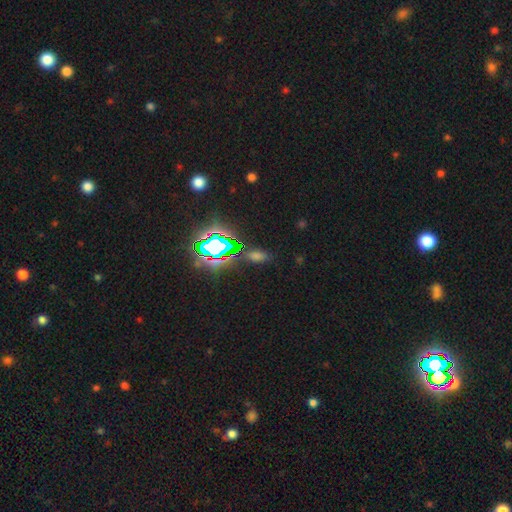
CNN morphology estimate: Overall: star or artifact (46%; smooth 44%).